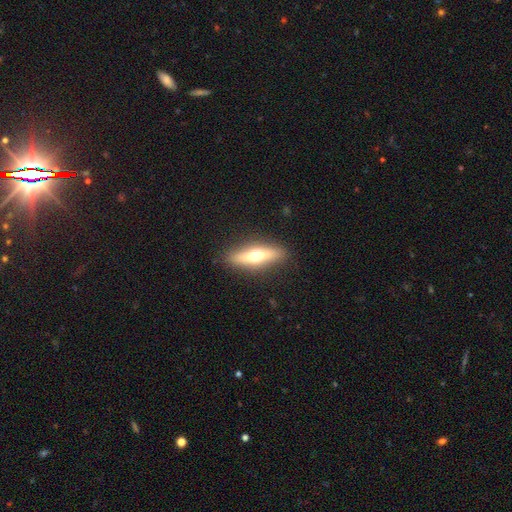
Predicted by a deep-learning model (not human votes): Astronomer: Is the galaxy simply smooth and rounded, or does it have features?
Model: featured or disk — 50% (runner-up: smooth, 43%).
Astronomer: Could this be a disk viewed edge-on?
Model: yes — 86%.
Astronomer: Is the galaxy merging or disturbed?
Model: none — 89%.